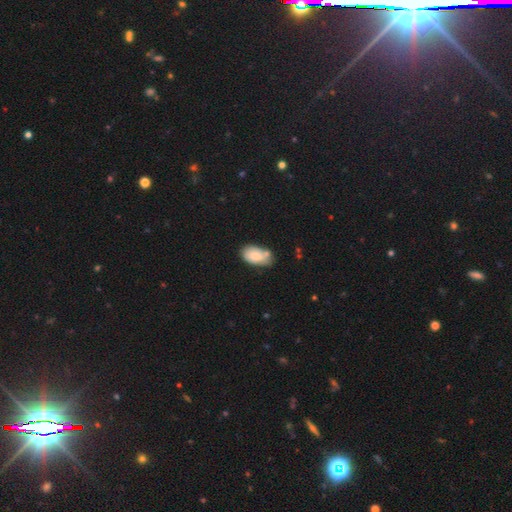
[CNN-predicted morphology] This is likely a smooth galaxy (76%). How rounded: clearly in between (93%). Merging: possibly none (49%).